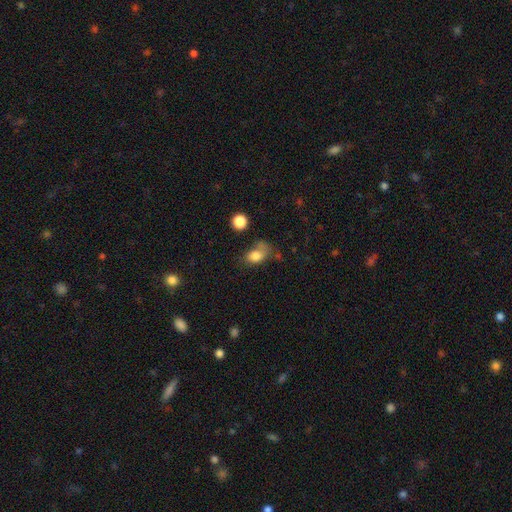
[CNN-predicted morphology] Overall: smooth (79%). How rounded: in between (73%). Merging: none (38%; minor disturbance 28%).